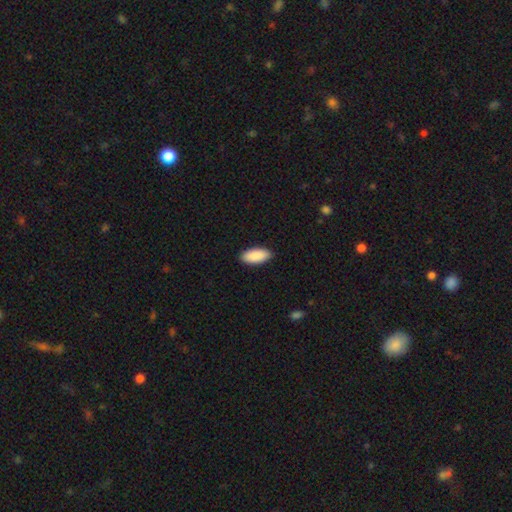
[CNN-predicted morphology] Smooth or featured? smooth (91%)
How rounded? in between (90%)
Merging? none (89%)